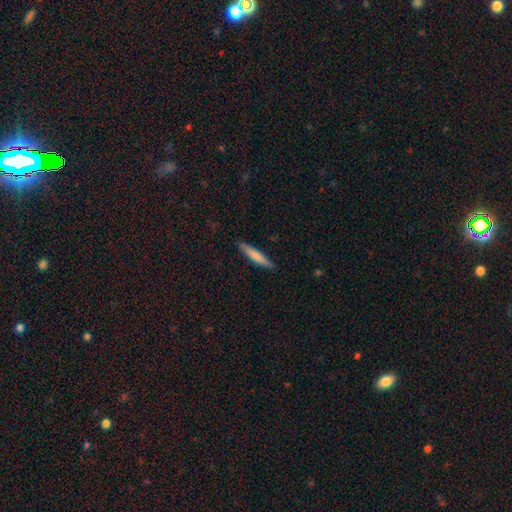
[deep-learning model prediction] A smooth galaxy with no disk features (74%) that is cigar-shaped (93%). Merging: none (90%).